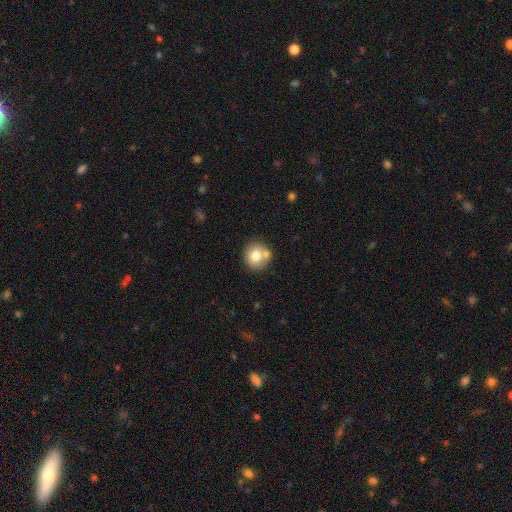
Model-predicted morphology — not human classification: The model was most divided on "merging": none: 62%, merger: 24%, minor disturbance: 11%, major disturbance: 3%. More confident: how rounded — round (87%); smooth or featured — smooth (74%).